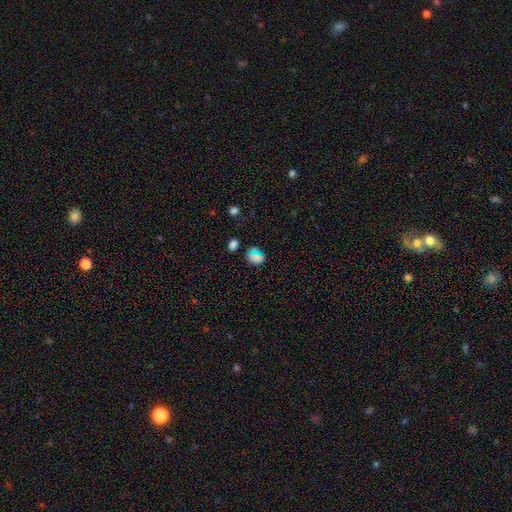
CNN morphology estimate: Smooth or featured? smooth (67%)
How rounded? in between (53%)
Merging? none (72%)